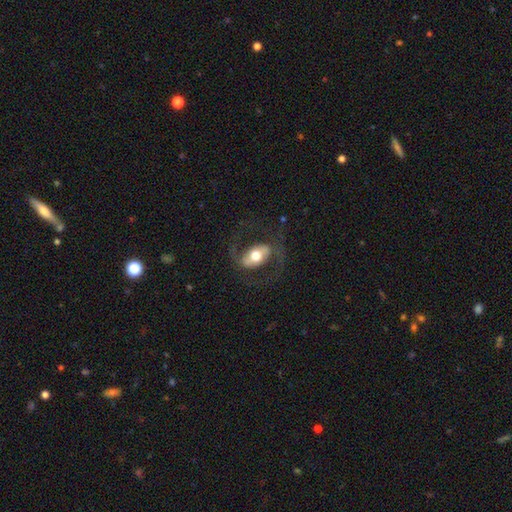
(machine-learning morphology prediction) The model was most divided on "bar": no: 37%, strong: 32%, weak: 31%. More confident: edge-on disk — no (94%); spiral arms — yes (74%); merging — none (72%); smooth or featured — featured or disk (65%); bulge size — moderate (61%).